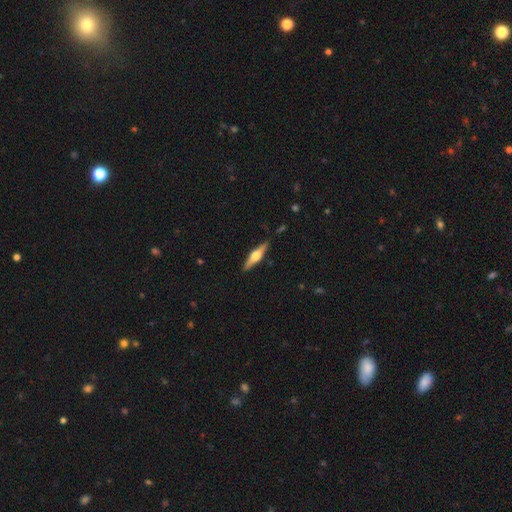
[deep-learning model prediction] Smooth or featured?
  - featured or disk: 70% *
  - smooth: 25%
  - star or artifact: 5%
Edge-on disk?
  - yes: 97% *
  - no: 3%
Edge-on bulge?
  - rounded: 93% *
  - boxy: 5%
  - none: 2%
Merging?
  - none: 89% *
  - minor disturbance: 8%
  - major disturbance: 2%
  - merger: 1%